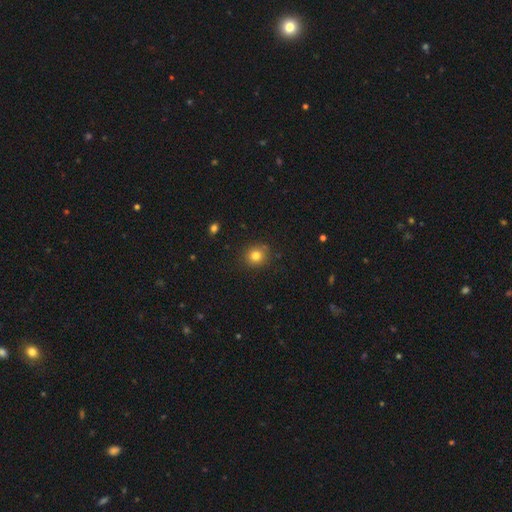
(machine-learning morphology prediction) This is clearly a smooth galaxy (81%). How rounded: clearly round (86%). Merging: clearly none (86%).